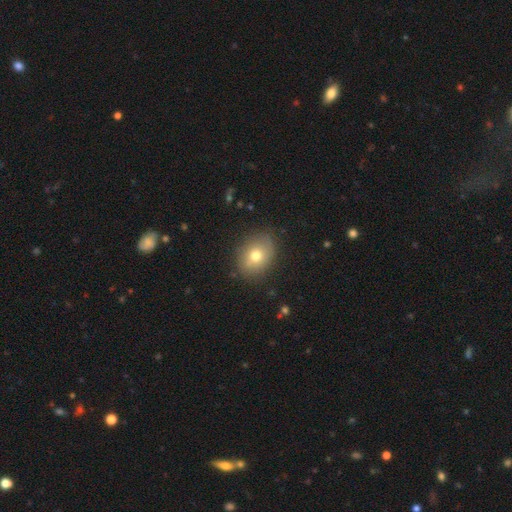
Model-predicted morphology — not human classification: The model was most divided on "how rounded": in between: 59%, round: 40%, cigar-shaped: 1%. More confident: merging — none (83%); smooth or featured — smooth (72%).